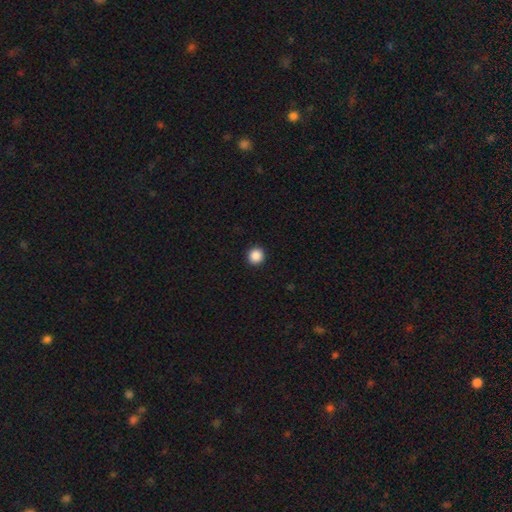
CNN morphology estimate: smooth 88%, star or artifact 9%, featured or disk 2%. Down the decision tree: how rounded — round (94%); merging — none (93%).